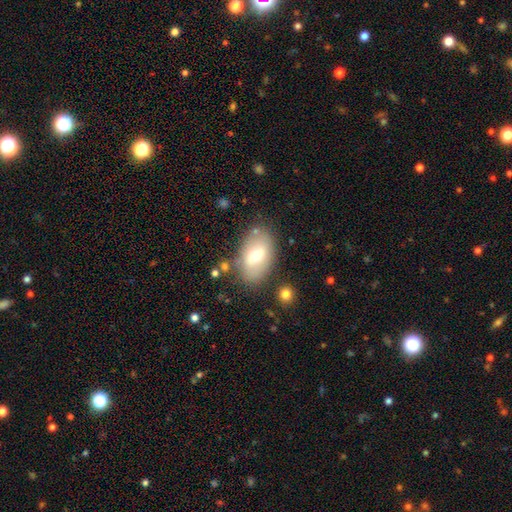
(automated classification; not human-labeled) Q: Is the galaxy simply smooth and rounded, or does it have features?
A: smooth — 61%.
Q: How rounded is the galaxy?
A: in between — 90%.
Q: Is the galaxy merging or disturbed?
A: none — 77%.